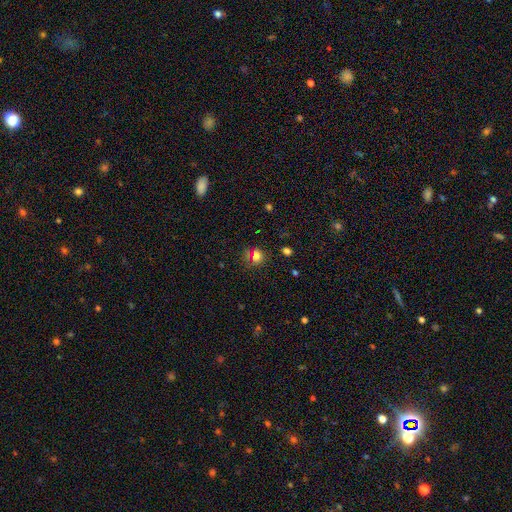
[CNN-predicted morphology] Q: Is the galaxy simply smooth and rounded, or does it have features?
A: smooth — 72%.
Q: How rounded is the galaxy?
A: round — 79%.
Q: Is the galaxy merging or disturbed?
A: none — 77%.